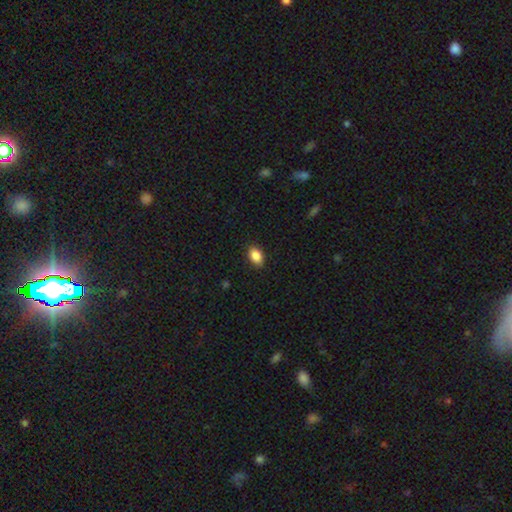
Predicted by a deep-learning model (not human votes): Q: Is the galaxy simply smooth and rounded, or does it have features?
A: smooth — 88%.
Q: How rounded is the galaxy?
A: in between — 86%.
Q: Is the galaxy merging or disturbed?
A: none — 88%.